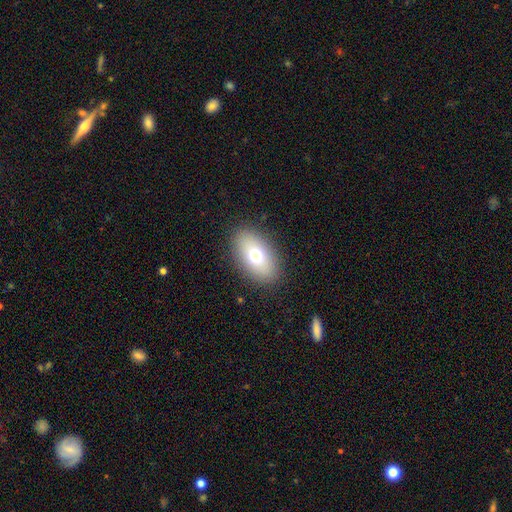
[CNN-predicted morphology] This is likely a smooth galaxy (72%). How rounded: clearly in between (90%). Merging: clearly none (88%).